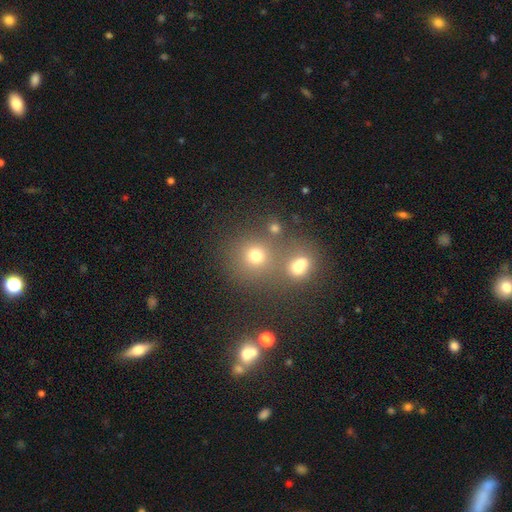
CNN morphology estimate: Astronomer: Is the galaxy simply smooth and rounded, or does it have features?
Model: smooth — 71%.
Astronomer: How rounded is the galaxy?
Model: round — 86%.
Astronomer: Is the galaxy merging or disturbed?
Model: none — 61%.